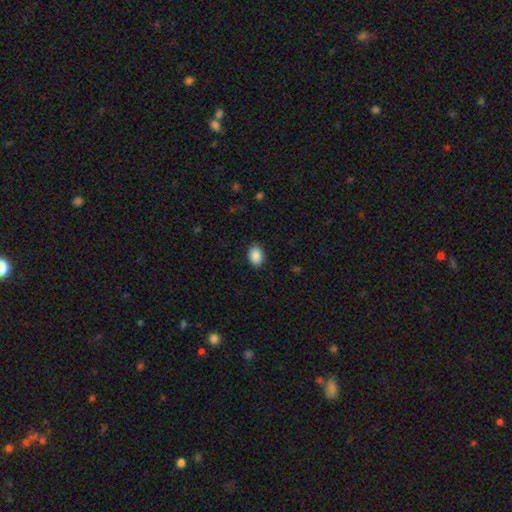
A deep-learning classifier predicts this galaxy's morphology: smooth_or_featured: smooth (p=0.90) [alt: star or artifact p=0.07]
how_rounded: in between (p=0.79) [alt: round p=0.20]
merging: none (p=0.89) [alt: minor disturbance p=0.08]